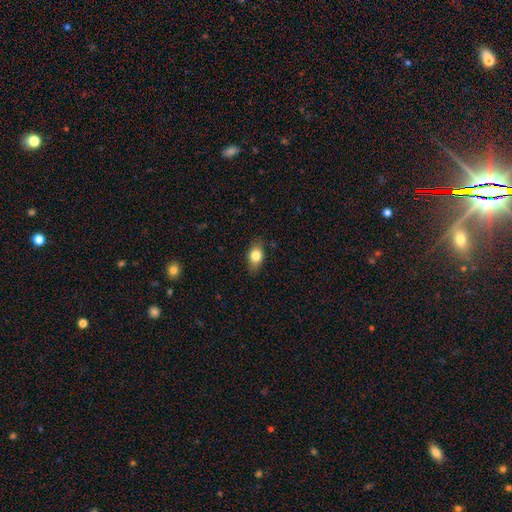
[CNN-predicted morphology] Smooth or featured? Predicted: smooth (p=0.80). How rounded? Predicted: in between (p=0.76). Merging? Predicted: none (p=0.81).